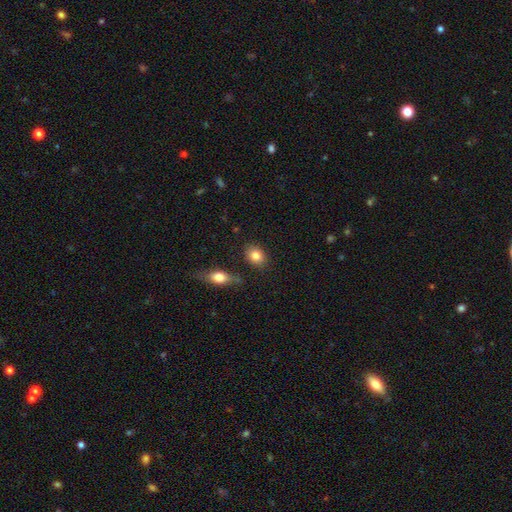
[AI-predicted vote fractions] Morphology: type=smooth (82%); roundness=in between (57%); merging=none (83%).